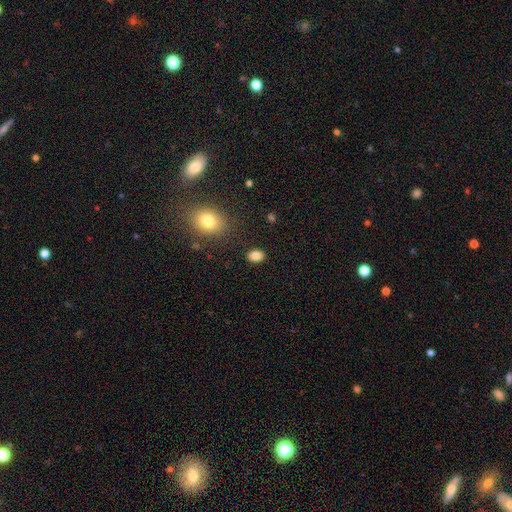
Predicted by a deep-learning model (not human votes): Morphology: type=smooth (85%); roundness=in between (75%); merging=none (87%).